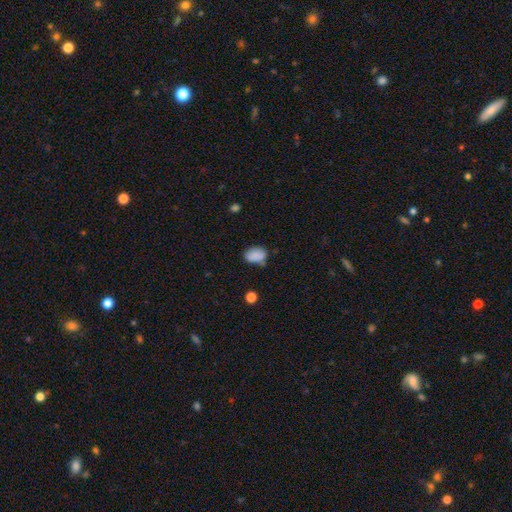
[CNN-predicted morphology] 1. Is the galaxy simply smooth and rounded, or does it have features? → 86% smooth, 9% star or artifact, 5% featured or disk.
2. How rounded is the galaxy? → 79% in between, 20% round, 1% cigar-shaped.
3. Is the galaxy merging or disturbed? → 63% none, 25% minor disturbance, 6% major disturbance, 6% merger.